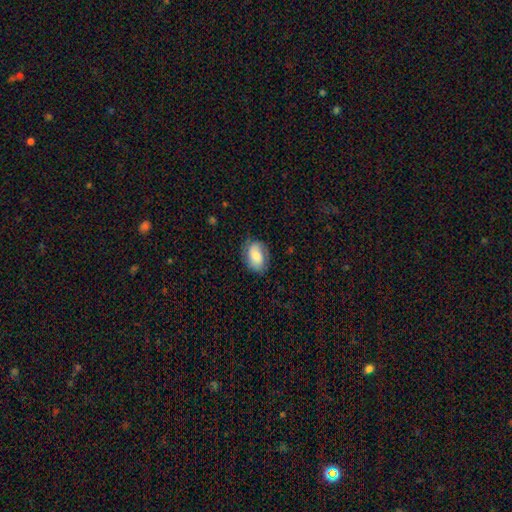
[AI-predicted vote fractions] Smooth or featured? Predicted: smooth (p=0.70). How rounded? Predicted: in between (p=0.79). Merging? Predicted: none (p=0.71).